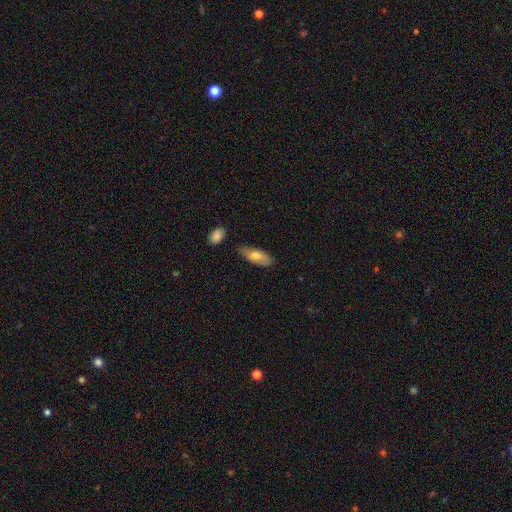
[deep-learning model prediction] smooth_or_featured: smooth (p=0.71) [alt: featured or disk p=0.23]
how_rounded: in between (p=0.78) [alt: cigar-shaped p=0.19]
merging: none (p=0.81) [alt: minor disturbance p=0.14]